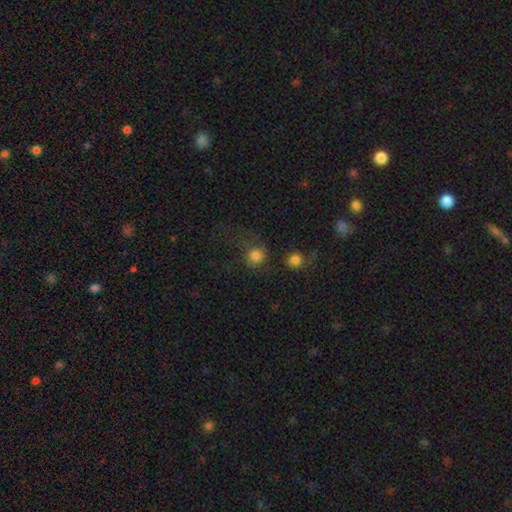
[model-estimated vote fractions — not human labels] A smooth galaxy with no disk features (78%) that is round (86%). Merging: none (55%).